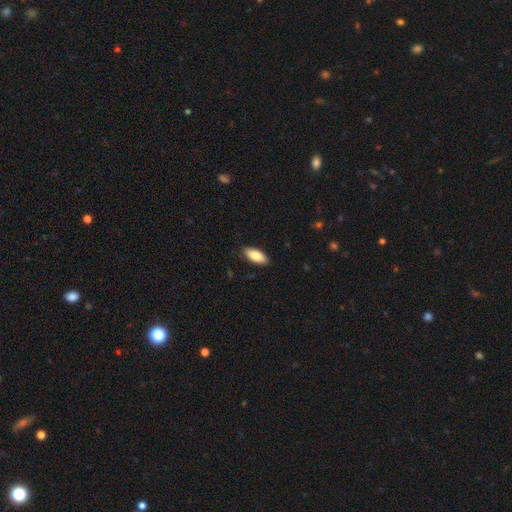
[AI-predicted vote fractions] This appears to be a smooth galaxy with no disk features (86%) that is in between round and cigar-shaped (89%). Merging: none (86%).